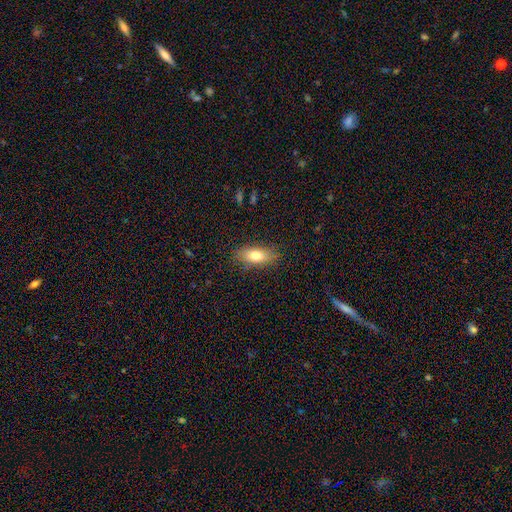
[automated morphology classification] A smooth galaxy with no disk features (76%) that is in between round and cigar-shaped (77%).

Vote fractions:
- Smooth or featured? smooth: 76% / featured or disk: 17% / star or artifact: 8%
- How rounded? in between: 77% / cigar-shaped: 20% / round: 4%
- Merging? none: 83% / minor disturbance: 13% / major disturbance: 3% / merger: 1%